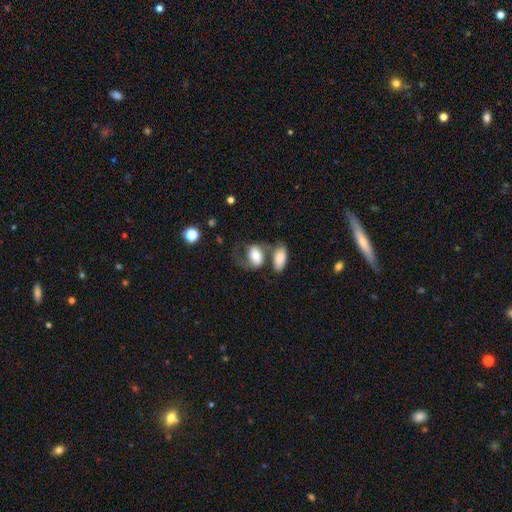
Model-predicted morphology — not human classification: This appears to be a smooth galaxy with no disk features (58%) that is in between round and cigar-shaped (83%). Merging: merger (38%).